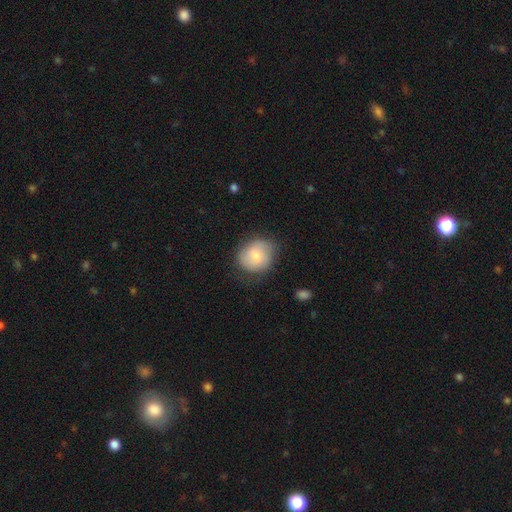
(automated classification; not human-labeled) The model was most divided on "how rounded": round: 70%, in between: 29%, cigar-shaped: 1%. More confident: smooth or featured — smooth (71%); merging — none (68%).